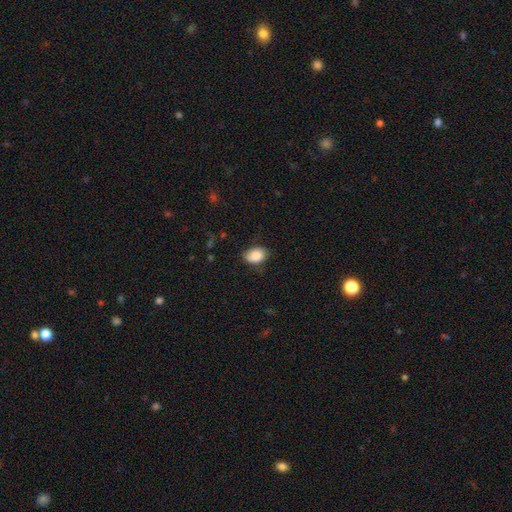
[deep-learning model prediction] Smooth or featured?
  - smooth: 86% *
  - star or artifact: 7%
  - featured or disk: 7%
How rounded?
  - in between: 83% *
  - round: 16%
  - cigar-shaped: 1%
Merging?
  - none: 72% *
  - minor disturbance: 21%
  - major disturbance: 5%
  - merger: 1%